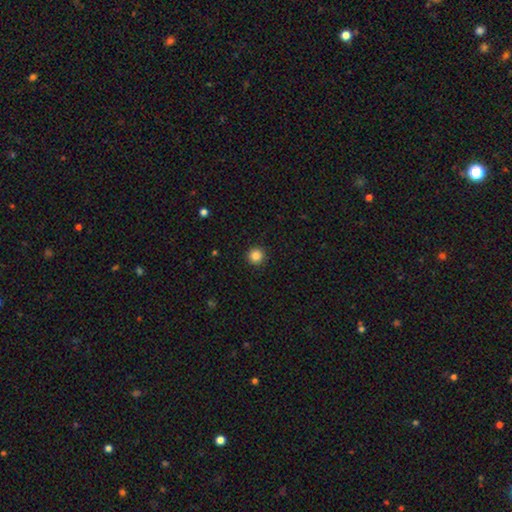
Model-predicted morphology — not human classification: smooth-or-featured: smooth: 85% | star or artifact: 11% | featured or disk: 4%
  how-rounded: round: 95% | in between: 4% | cigar-shaped: 1%
  merging: none: 92% | minor disturbance: 5% | major disturbance: 2% | merger: 1%